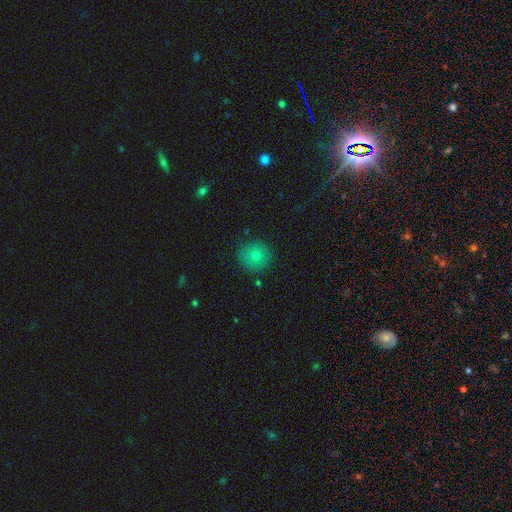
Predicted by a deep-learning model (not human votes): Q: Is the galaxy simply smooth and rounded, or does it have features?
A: smooth — 70%.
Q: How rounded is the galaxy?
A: round — 94%.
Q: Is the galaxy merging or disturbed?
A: none — 86%.